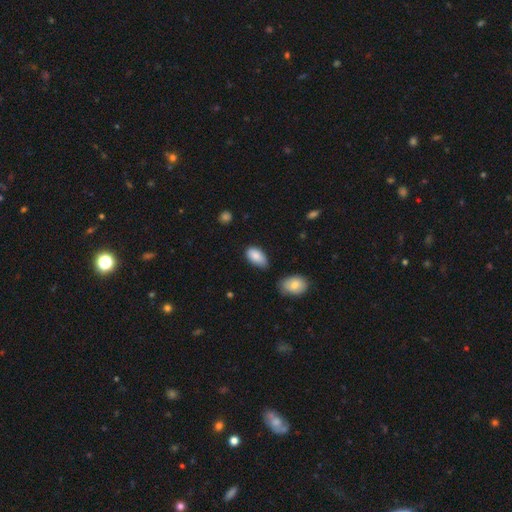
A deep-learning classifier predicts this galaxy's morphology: smooth 85%, featured or disk 8%, star or artifact 7%. Down the decision tree: how rounded — in between (94%); merging — none (61%).